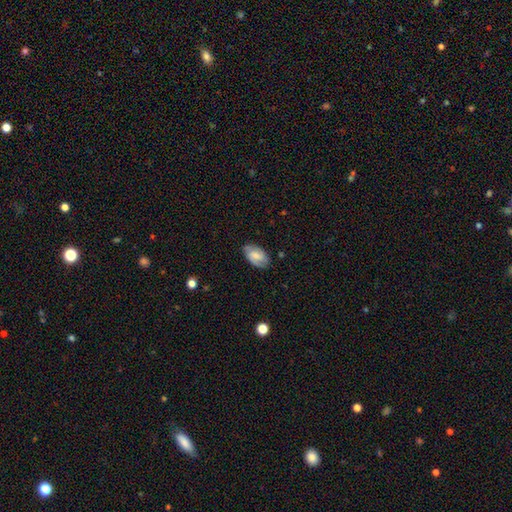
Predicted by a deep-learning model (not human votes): The model was most divided on "smooth or featured": featured or disk: 51%, smooth: 42%, star or artifact: 7%. More confident: edge-on disk — no (95%); merging — none (78%).